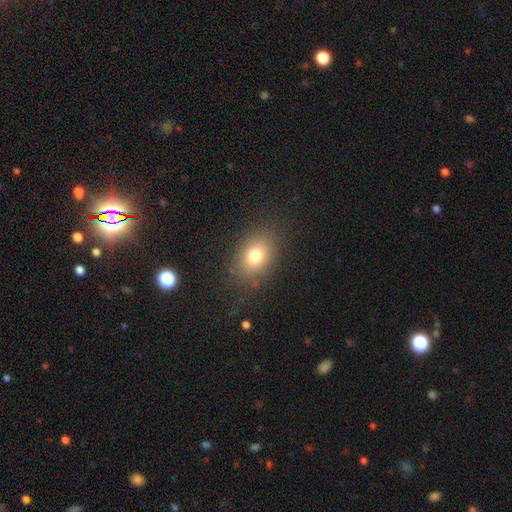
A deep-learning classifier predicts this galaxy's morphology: A smooth galaxy with no disk features (77%) that is in between round and cigar-shaped (67%). Merging: none (84%).